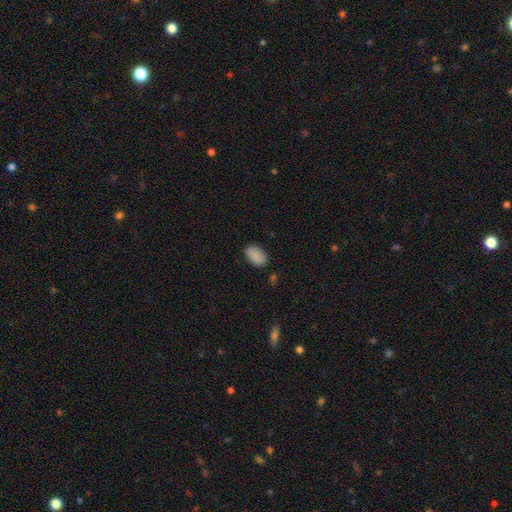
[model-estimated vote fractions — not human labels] Smooth or featured? smooth (89%)
How rounded? in between (91%)
Merging? none (84%)